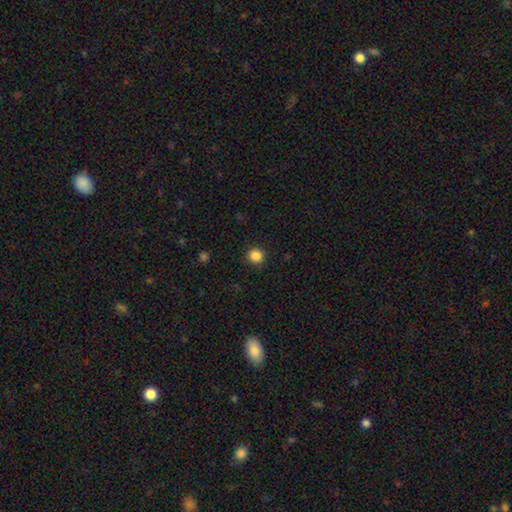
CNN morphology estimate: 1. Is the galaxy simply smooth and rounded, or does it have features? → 86% smooth, 11% star or artifact, 3% featured or disk.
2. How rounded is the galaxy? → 92% round, 7% in between, 1% cigar-shaped.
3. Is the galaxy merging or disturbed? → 91% none, 6% minor disturbance, 2% major disturbance, 1% merger.